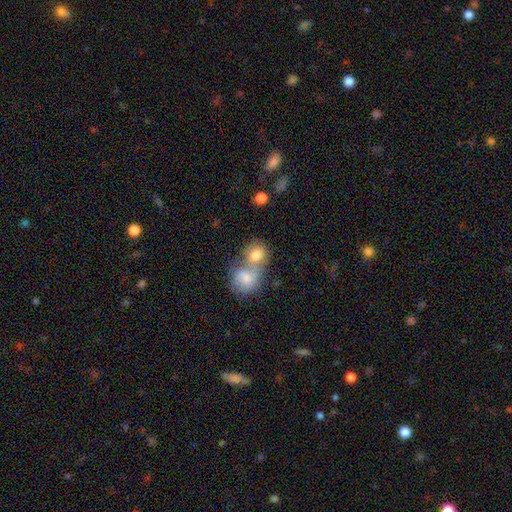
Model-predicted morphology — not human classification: Smooth or featured? Predicted: smooth (p=0.75). How rounded? Predicted: round (p=0.60). Merging? Predicted: merger (p=0.69).